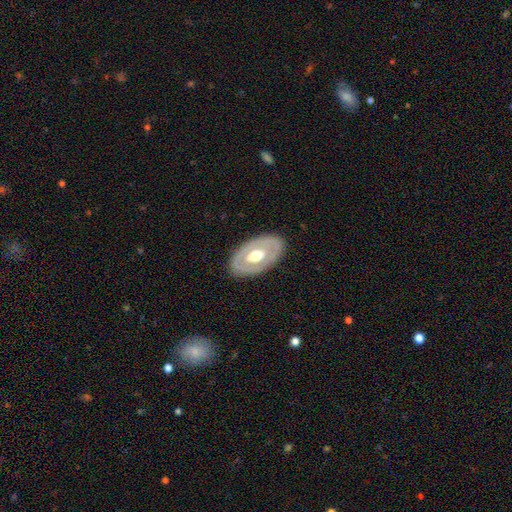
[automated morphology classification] Smooth or featured?
  - featured or disk: 60% *
  - smooth: 35%
  - star or artifact: 5%
Edge-on disk?
  - no: 88% *
  - yes: 12%
Bar?
  - no: 75% *
  - weak: 18%
  - strong: 8%
Spiral arms?
  - no: 88% *
  - yes: 12%
Bulge size?
  - moderate: 64% *
  - large: 28%
  - small: 5%
  - dominant: 1%
  - none: 1%
Merging?
  - none: 84% *
  - minor disturbance: 12%
  - major disturbance: 4%
  - merger: 1%